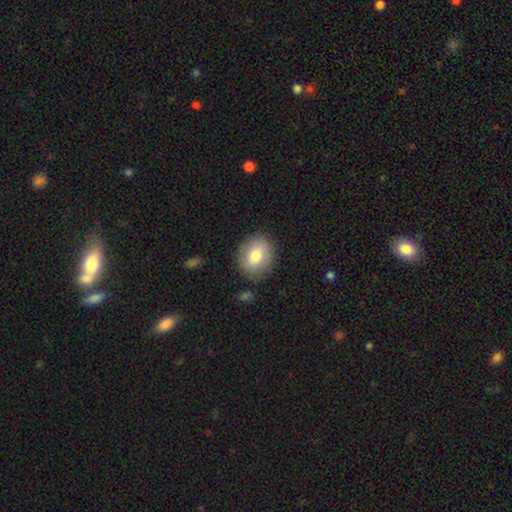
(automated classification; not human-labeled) A smooth galaxy with no disk features (72%) that is round (55%). Merging: none (82%).